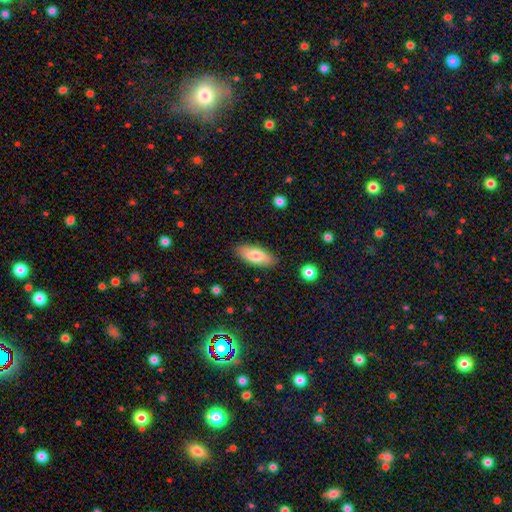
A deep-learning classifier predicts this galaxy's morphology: The model was most divided on "smooth or featured": smooth: 78%, featured or disk: 16%, star or artifact: 6%. More confident: merging — none (86%); how rounded — in between (82%).